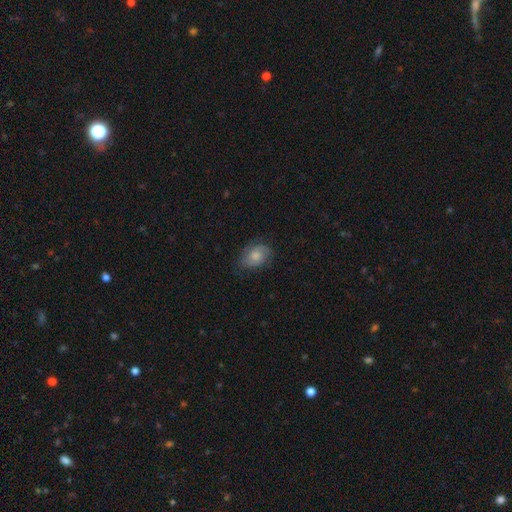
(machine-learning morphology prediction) Overall: smooth (56%; featured or disk 36%). How rounded: in between (70%). Merging: none (67%).